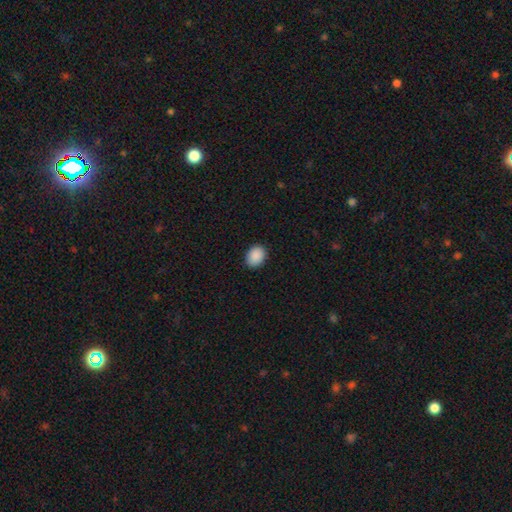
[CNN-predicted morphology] This appears to be a smooth galaxy with no disk features (90%) that is in between round and cigar-shaped (63%). Merging: none (89%).